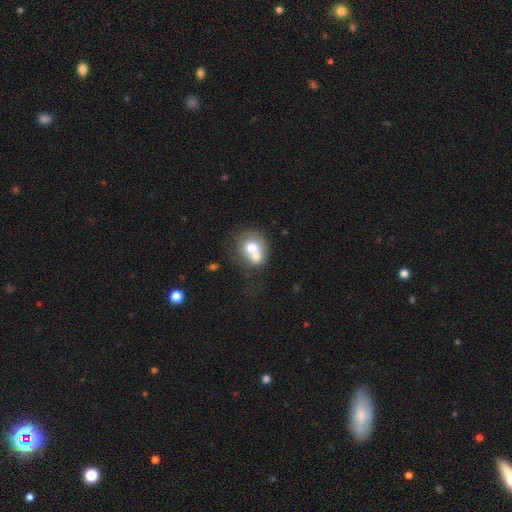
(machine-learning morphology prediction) Overall: smooth (64%; featured or disk 27%). How rounded: round (73%). Merging: merger (58%; none 29%).